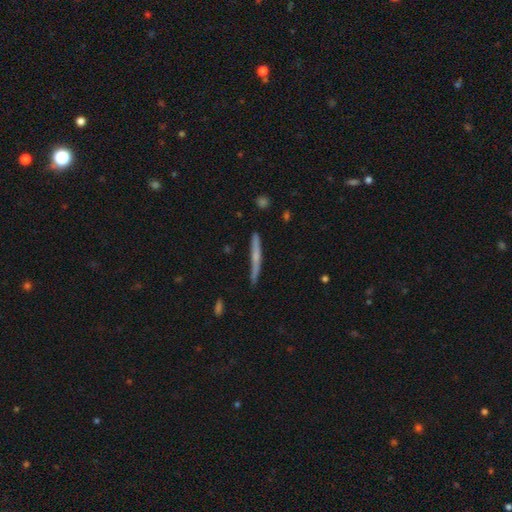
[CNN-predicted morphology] featured or disk 52%, smooth 41%, star or artifact 7%. Down the decision tree: edge-on disk — yes (96%); merging — none (83%).